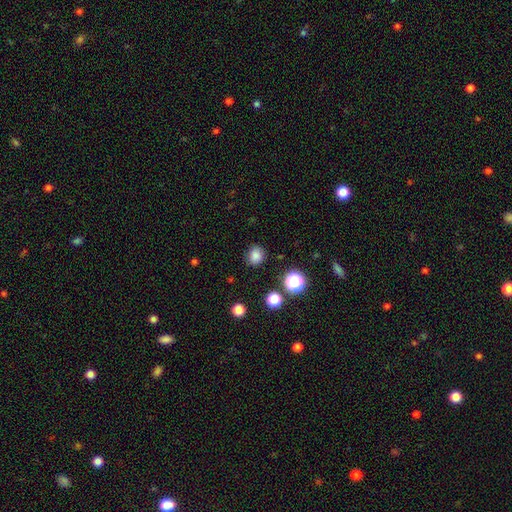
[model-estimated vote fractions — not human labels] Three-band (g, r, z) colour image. It shows a smooth galaxy with no disk features (82%) that is round (70%). Merging: none (84%).